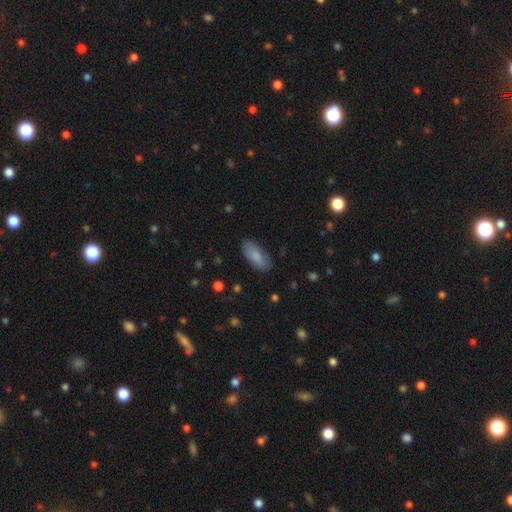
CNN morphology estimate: A smooth galaxy with no disk features (81%) that is in between round and cigar-shaped (85%).

Vote fractions:
- Smooth or featured? smooth: 81% / featured or disk: 13% / star or artifact: 6%
- How rounded? in between: 85% / cigar-shaped: 13% / round: 2%
- Merging? none: 81% / minor disturbance: 15% / major disturbance: 3% / merger: 1%